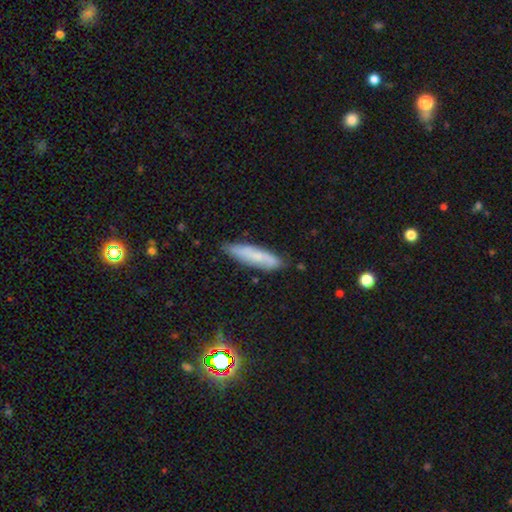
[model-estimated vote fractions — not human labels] Smooth or featured?
  - smooth: 66% *
  - featured or disk: 25%
  - star or artifact: 9%
How rounded?
  - cigar-shaped: 76% *
  - in between: 22%
  - round: 2%
Merging?
  - none: 78% *
  - minor disturbance: 17%
  - major disturbance: 3%
  - merger: 2%